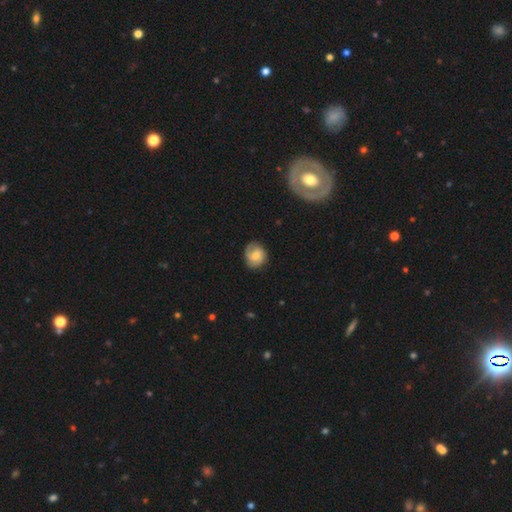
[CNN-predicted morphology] A smooth galaxy with no disk features (53%) that is round (76%). Merging: none (71%).